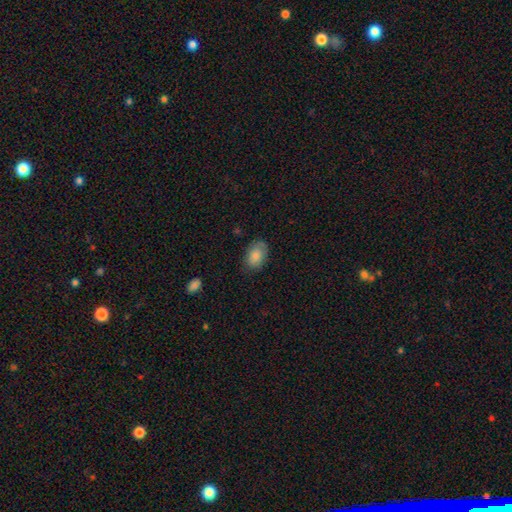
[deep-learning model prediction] smooth 84%, featured or disk 8%, star or artifact 7%. Down the decision tree: how rounded — in between (88%); merging — none (76%).